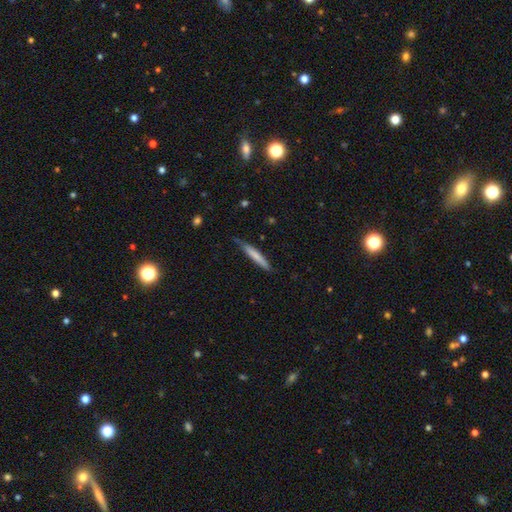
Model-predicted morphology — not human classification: Smooth or featured? smooth (72%)
How rounded? cigar-shaped (94%)
Merging? none (74%)